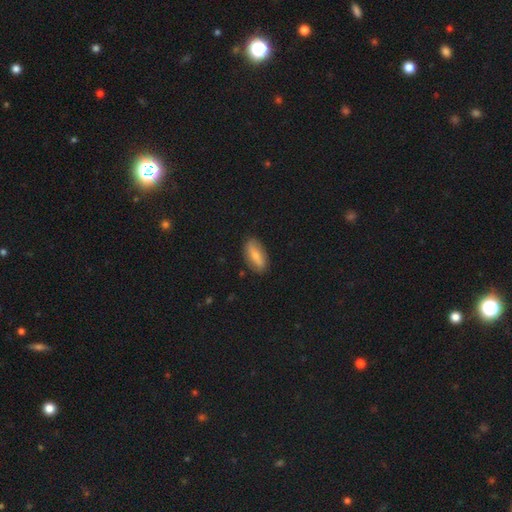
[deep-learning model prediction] Smooth or featured? Predicted: smooth (p=0.68). How rounded? Predicted: in between (p=0.83). Merging? Predicted: none (p=0.84).